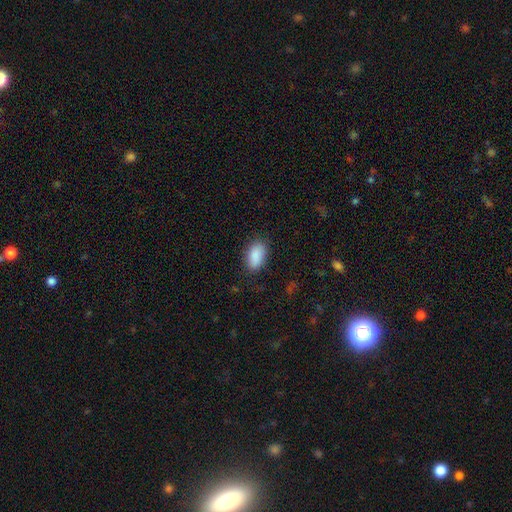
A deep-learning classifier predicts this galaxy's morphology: Smooth or featured?
  - smooth: 89% *
  - star or artifact: 7%
  - featured or disk: 4%
How rounded?
  - in between: 93% *
  - round: 4%
  - cigar-shaped: 3%
Merging?
  - none: 82% *
  - minor disturbance: 13%
  - major disturbance: 4%
  - merger: 1%